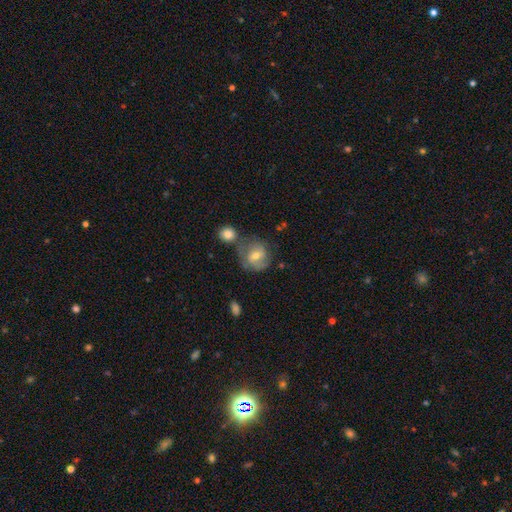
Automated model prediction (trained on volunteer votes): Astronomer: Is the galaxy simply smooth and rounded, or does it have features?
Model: featured or disk — 47% (runner-up: smooth, 45%).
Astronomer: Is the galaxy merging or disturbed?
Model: none — 53%.